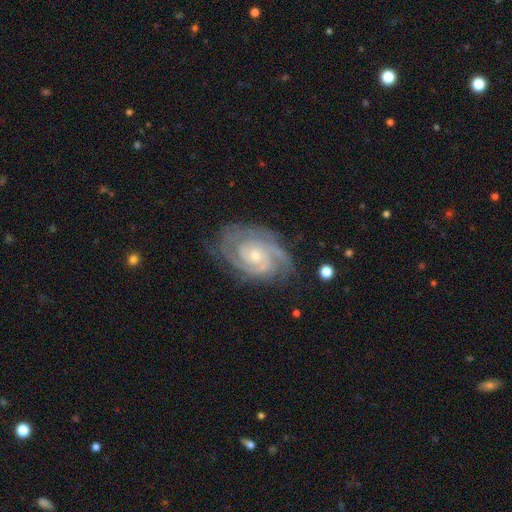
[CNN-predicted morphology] Overall: featured or disk (90%). Edge-on disk: no (97%). Bar: no (72%). Spiral arms: yes (98%). Spiral arm count: 2 (39%; 3 27%). Spiral winding: tight (73%). Bulge size: small (65%; moderate 32%). Merging: none (74%).